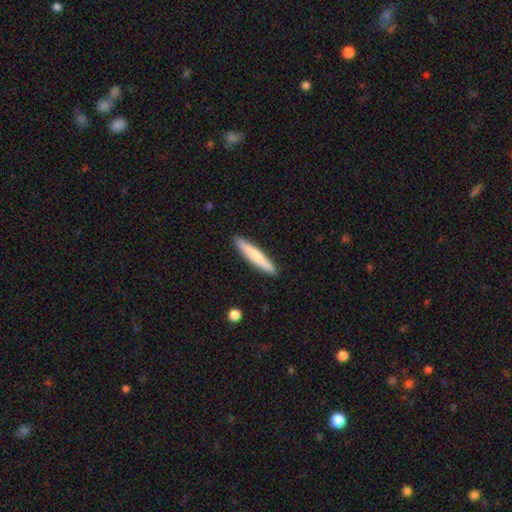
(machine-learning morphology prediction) The model was most divided on "smooth or featured": smooth: 69%, featured or disk: 25%, star or artifact: 5%. More confident: how rounded — cigar-shaped (92%); merging — none (91%).